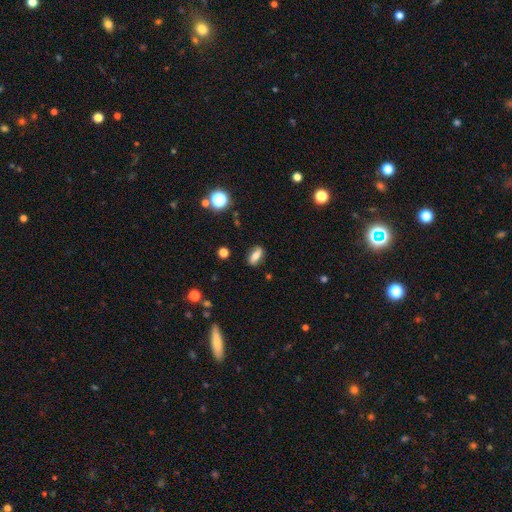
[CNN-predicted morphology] This appears to be a smooth galaxy with no disk features (60%) that is in between round and cigar-shaped (74%). Merging: none (83%).